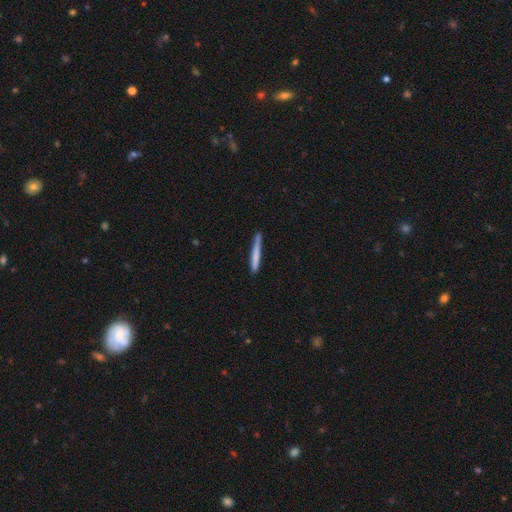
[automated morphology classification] A smooth galaxy with no disk features (70%) that is cigar-shaped (96%).

Vote fractions:
- Smooth or featured? smooth: 70% / featured or disk: 24% / star or artifact: 6%
- How rounded? cigar-shaped: 96% / in between: 2% / round: 1%
- Merging? none: 80% / minor disturbance: 16% / major disturbance: 2% / merger: 2%